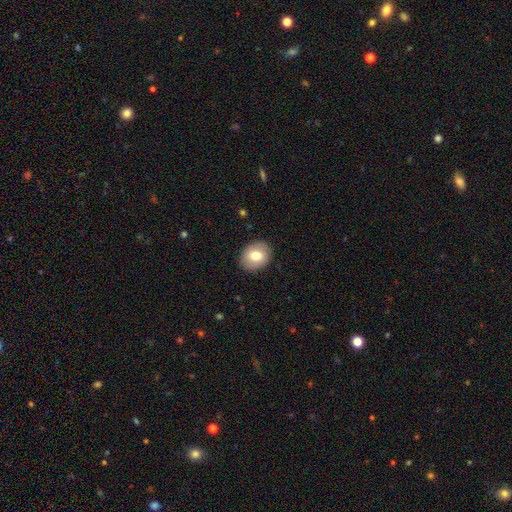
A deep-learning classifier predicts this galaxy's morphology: A smooth galaxy with no disk features (77%) that is in between round and cigar-shaped (51%).

Vote fractions:
- Smooth or featured? smooth: 77% / featured or disk: 15% / star or artifact: 8%
- How rounded? in between: 51% / round: 49% / cigar-shaped: 1%
- Merging? none: 89% / minor disturbance: 8% / major disturbance: 2% / merger: 1%